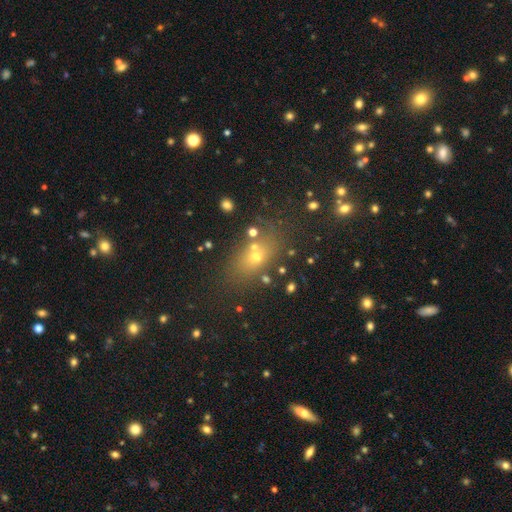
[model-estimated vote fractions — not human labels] A smooth galaxy with no disk features (58%) that is in between round and cigar-shaped (66%).

Vote fractions:
- Smooth or featured? smooth: 58% / star or artifact: 24% / featured or disk: 18%
- How rounded? in between: 66% / round: 26% / cigar-shaped: 8%
- Merging? none: 67% / merger: 15% / minor disturbance: 13% / major disturbance: 6%